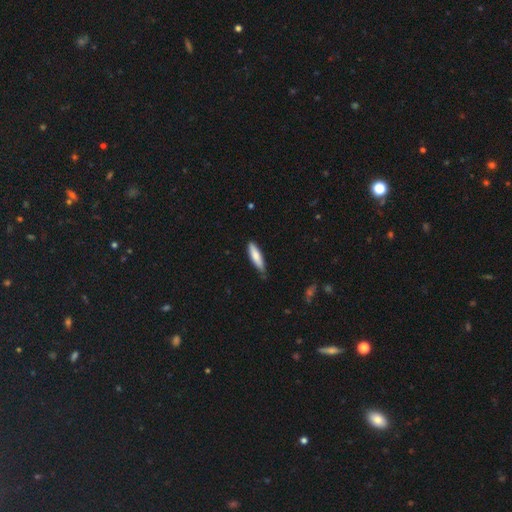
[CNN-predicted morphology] This is likely a smooth galaxy (78%). How rounded: likely cigar-shaped (70%). Merging: likely none (71%).